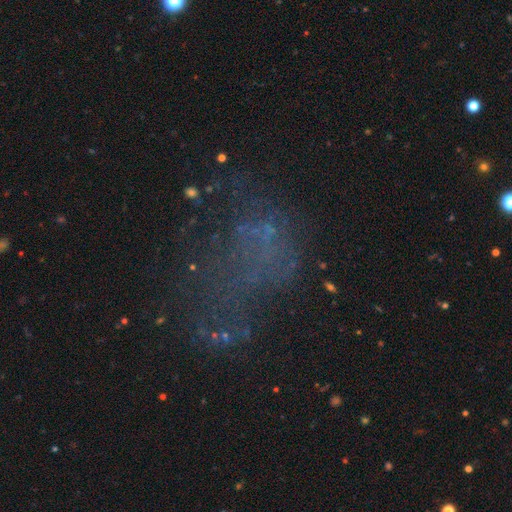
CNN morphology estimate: The model was most divided on "smooth or featured": star or artifact: 46%, smooth: 28%, featured or disk: 26%.